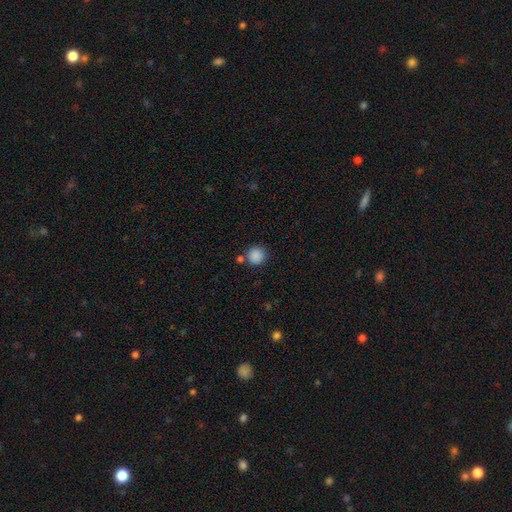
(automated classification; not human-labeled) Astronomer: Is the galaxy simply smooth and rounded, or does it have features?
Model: smooth — 87%.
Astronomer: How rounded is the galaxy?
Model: round — 92%.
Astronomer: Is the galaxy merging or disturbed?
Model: none — 76%.